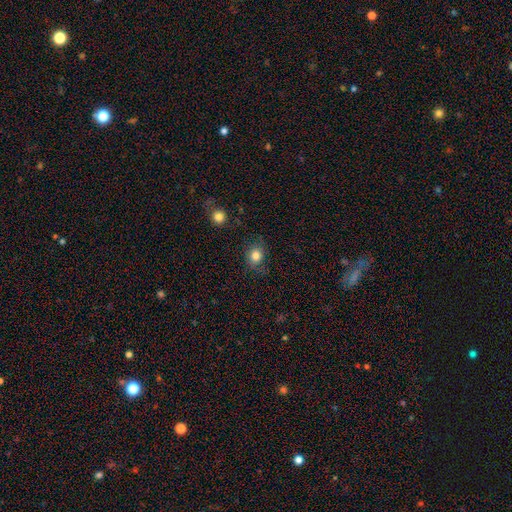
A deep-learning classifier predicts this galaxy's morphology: Smooth or featured: smooth — 83% (star or artifact — 10%)
How rounded: round — 63% (in between — 36%)
Merging: none — 75% (minor disturbance — 18%)